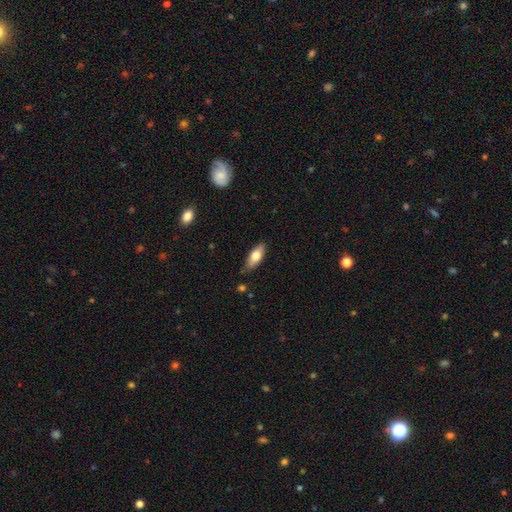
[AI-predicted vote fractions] This is likely a smooth galaxy (71%). How rounded: likely in between (73%). Merging: likely none (80%).